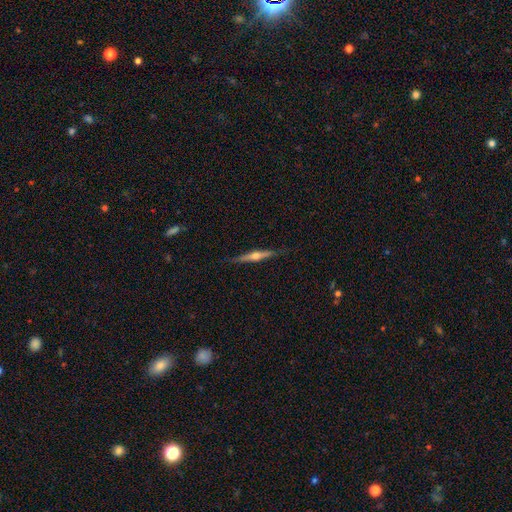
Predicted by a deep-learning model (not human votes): Morphology: type=featured or disk (69%); edge-on=yes (97%); edge-on bulge=rounded (90%); merging=none (87%).